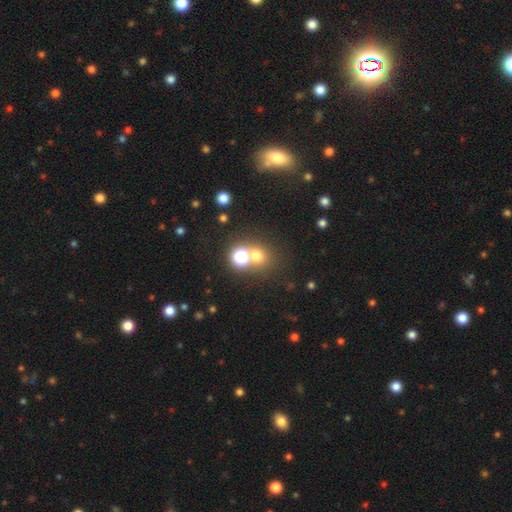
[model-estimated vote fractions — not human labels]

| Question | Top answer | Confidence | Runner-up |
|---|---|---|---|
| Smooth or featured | smooth | 61% | star or artifact (28%) |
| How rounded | round | 83% | in between (16%) |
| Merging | none | 59% | merger (30%) |